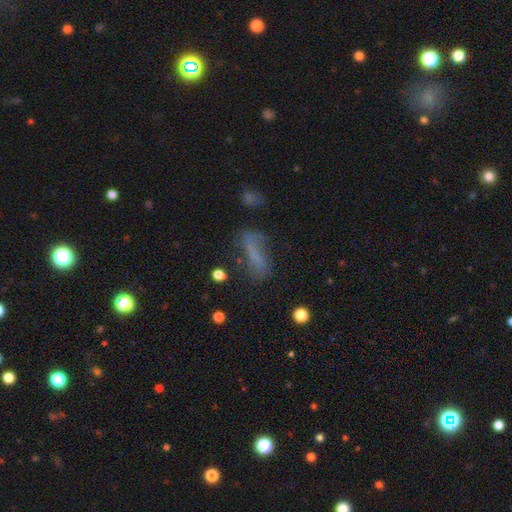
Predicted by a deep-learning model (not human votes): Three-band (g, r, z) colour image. It shows a smooth galaxy with no disk features (53%) that is cigar-shaped (56%). Merging: none (51%).